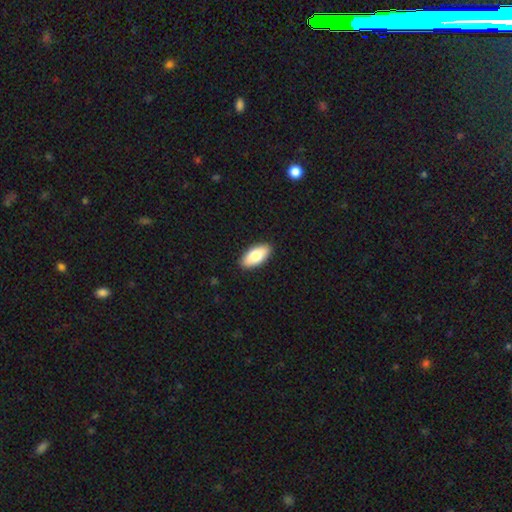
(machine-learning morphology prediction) type=smooth (79%); roundness=in between (90%); merging=none (90%).